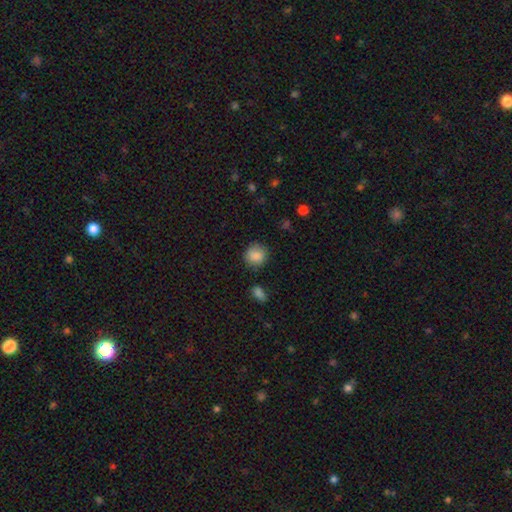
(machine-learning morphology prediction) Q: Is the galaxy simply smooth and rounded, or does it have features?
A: smooth — 85%.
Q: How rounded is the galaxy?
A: round — 86%.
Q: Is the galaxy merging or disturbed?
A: none — 83%.